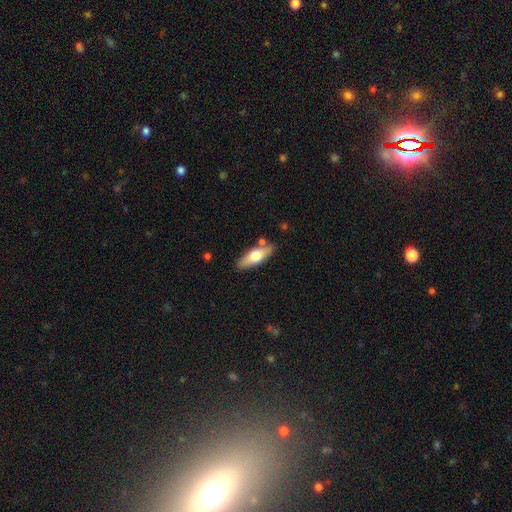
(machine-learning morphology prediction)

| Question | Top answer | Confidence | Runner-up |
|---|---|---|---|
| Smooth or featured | smooth | 60% | featured or disk (34%) |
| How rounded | in between | 57% | cigar-shaped (41%) |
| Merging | none | 81% | minor disturbance (12%) |